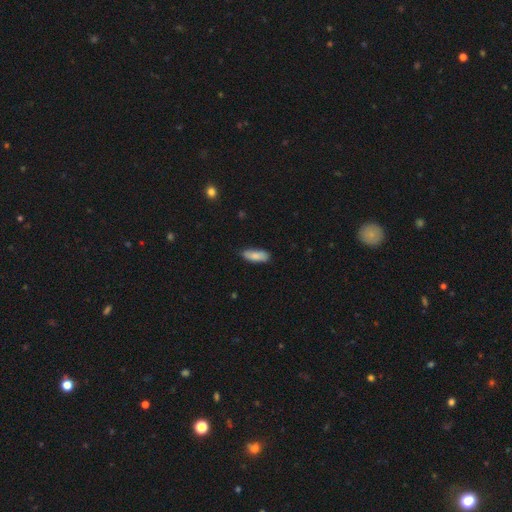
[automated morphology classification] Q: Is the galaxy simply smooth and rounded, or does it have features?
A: smooth — 84%.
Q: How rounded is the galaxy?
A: in between — 70%.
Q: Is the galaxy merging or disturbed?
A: none — 79%.